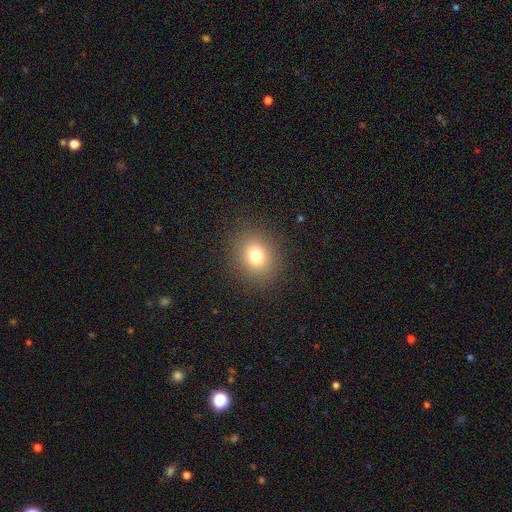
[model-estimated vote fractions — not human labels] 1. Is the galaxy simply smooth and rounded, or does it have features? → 77% smooth, 14% star or artifact, 9% featured or disk.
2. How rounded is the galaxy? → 68% round, 32% in between, 1% cigar-shaped.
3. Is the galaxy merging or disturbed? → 88% none, 7% minor disturbance, 3% major disturbance, 1% merger.